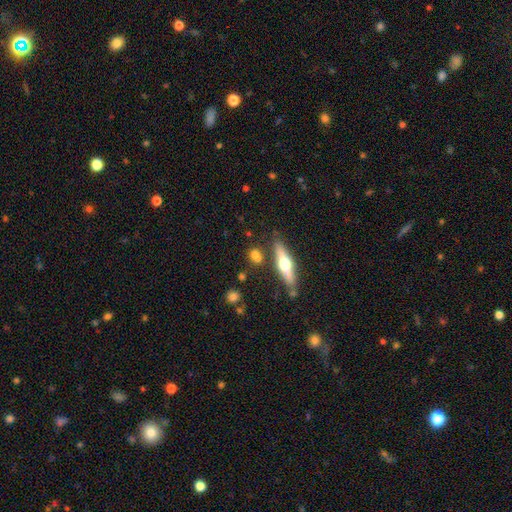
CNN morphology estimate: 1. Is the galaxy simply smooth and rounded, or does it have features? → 56% smooth, 34% featured or disk, 9% star or artifact.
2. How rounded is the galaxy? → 37% in between, 32% cigar-shaped, 31% round.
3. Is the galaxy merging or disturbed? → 73% none, 12% minor disturbance, 10% merger, 4% major disturbance.